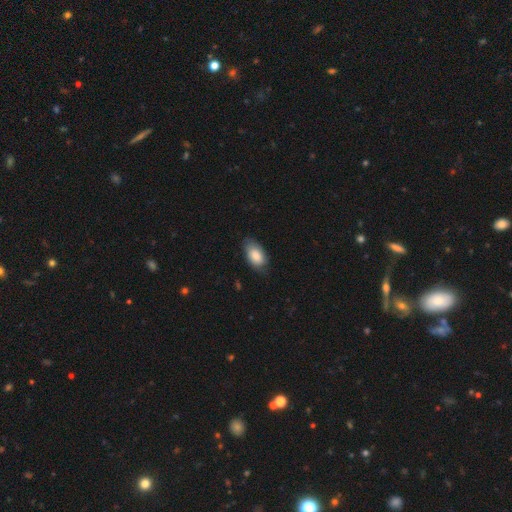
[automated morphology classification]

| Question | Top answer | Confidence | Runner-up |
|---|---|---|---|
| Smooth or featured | smooth | 84% | featured or disk (10%) |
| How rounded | in between | 94% | round (5%) |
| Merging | none | 70% | minor disturbance (24%) |